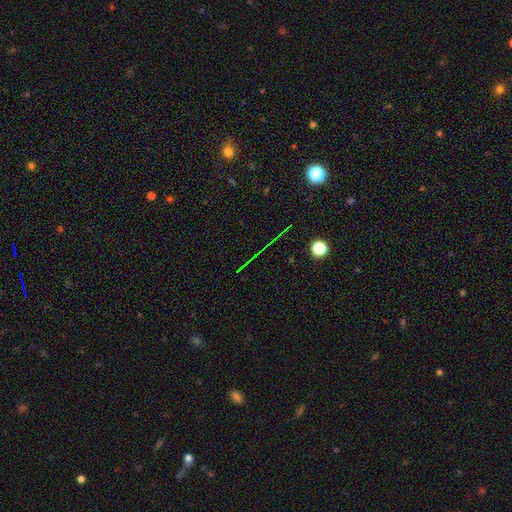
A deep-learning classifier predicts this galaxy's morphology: This appears to be a star or artifact, not a galaxy (74%).